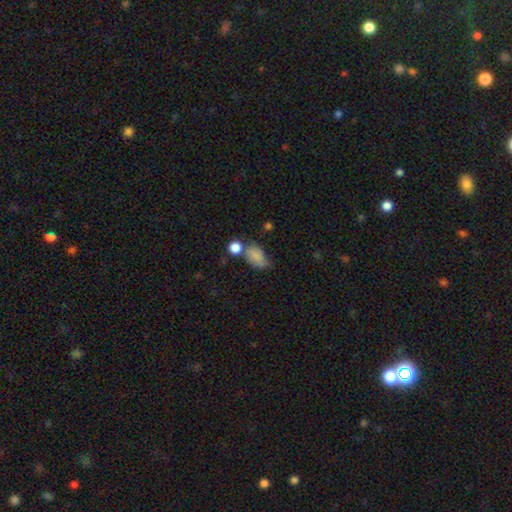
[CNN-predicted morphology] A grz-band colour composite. It shows a smooth galaxy with no disk features (78%) that is in between round and cigar-shaped (83%). Merging: none (39%).